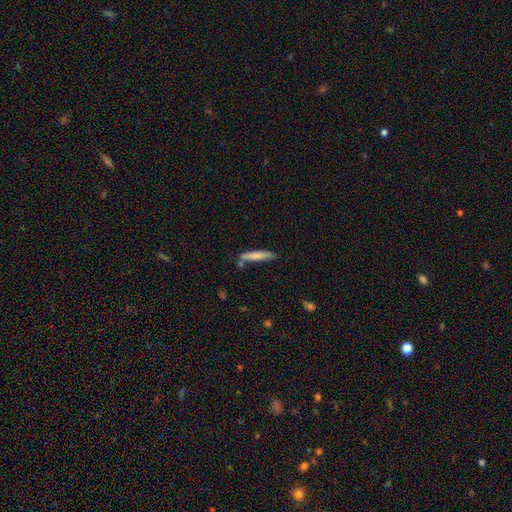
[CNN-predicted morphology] This is likely a smooth galaxy (72%). How rounded: clearly cigar-shaped (91%). Merging: likely none (75%).